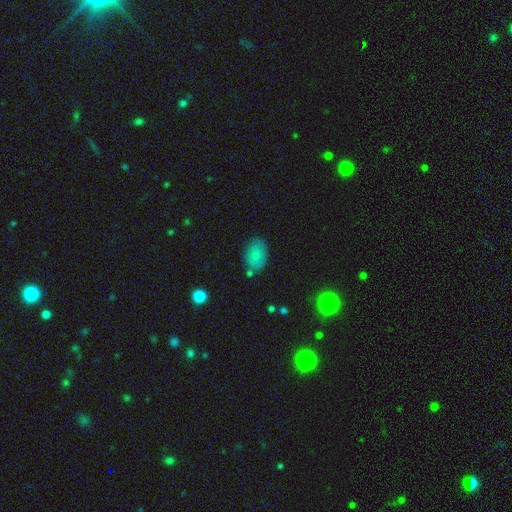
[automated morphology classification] type=smooth (68%); roundness=in between (81%); merging=none (72%).